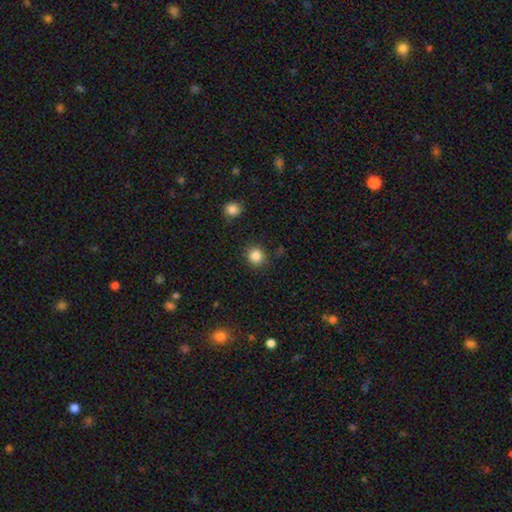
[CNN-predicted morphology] Q: Smooth or featured?
A: smooth (85%); runner-up: star or artifact (11%)
Q: How rounded?
A: round (90%); runner-up: in between (9%)
Q: Merging?
A: none (87%); runner-up: minor disturbance (8%)